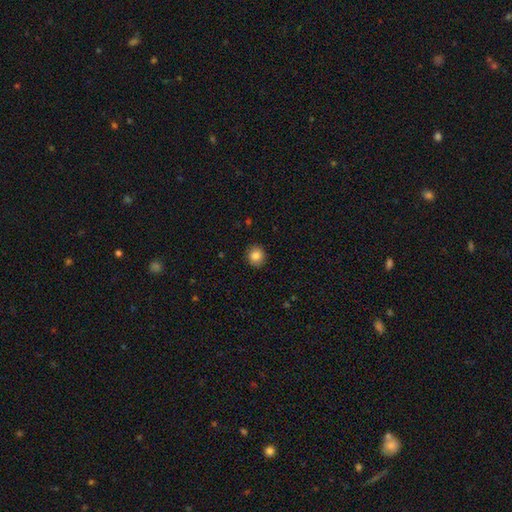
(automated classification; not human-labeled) A smooth galaxy with no disk features (86%) that is round (87%). Merging: none (90%).